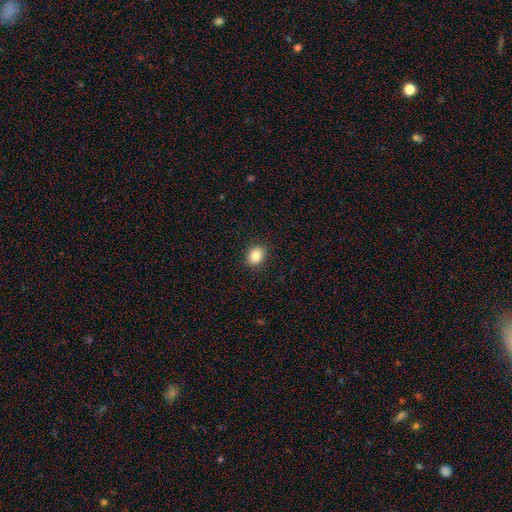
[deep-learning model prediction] smooth_or_featured: smooth (p=0.85) [alt: star or artifact p=0.09]
how_rounded: in between (p=0.53) [alt: round p=0.47]
merging: none (p=0.90) [alt: minor disturbance p=0.07]